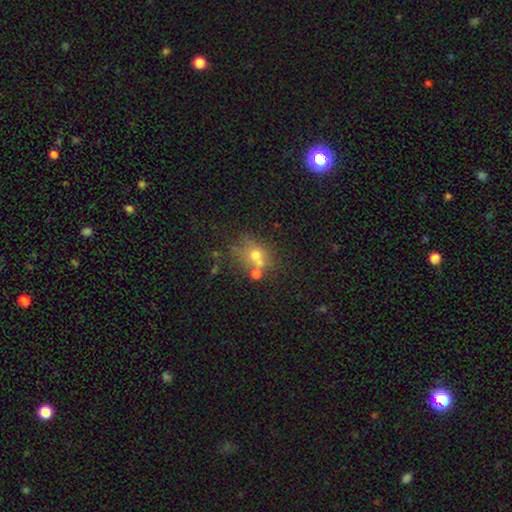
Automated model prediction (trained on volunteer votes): smooth 60%, featured or disk 23%, star or artifact 17%. Down the decision tree: how rounded — round (63%); merging — none (48%).